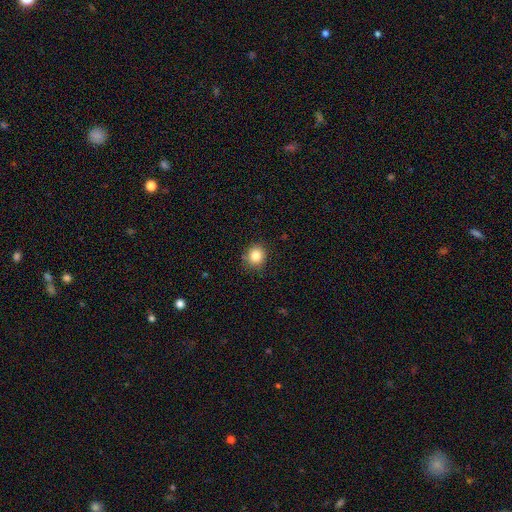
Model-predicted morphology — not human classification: The model was most divided on "how rounded": round: 83%, in between: 16%, cigar-shaped: 1%. More confident: merging — none (84%); smooth or featured — smooth (84%).